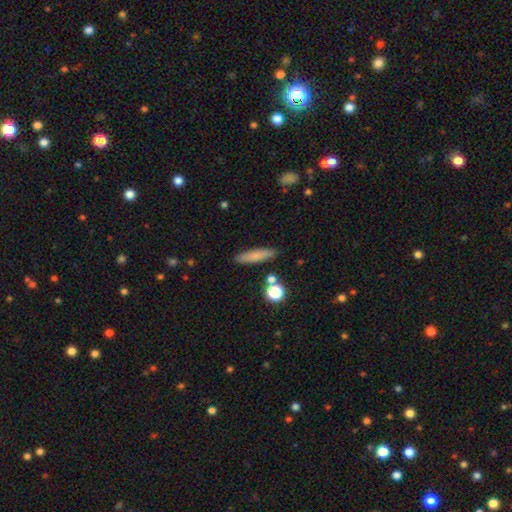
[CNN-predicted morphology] Smooth or featured: smooth — 76% (featured or disk — 15%)
How rounded: cigar-shaped — 82% (in between — 15%)
Merging: none — 87% (minor disturbance — 8%)